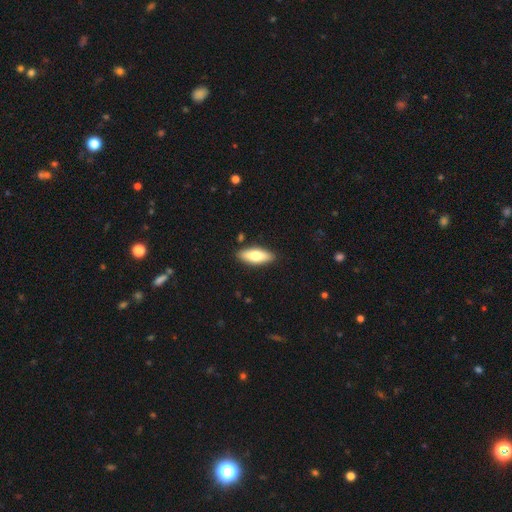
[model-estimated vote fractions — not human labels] This is likely a smooth galaxy (73%). How rounded: likely in between (68%). Merging: clearly none (88%).